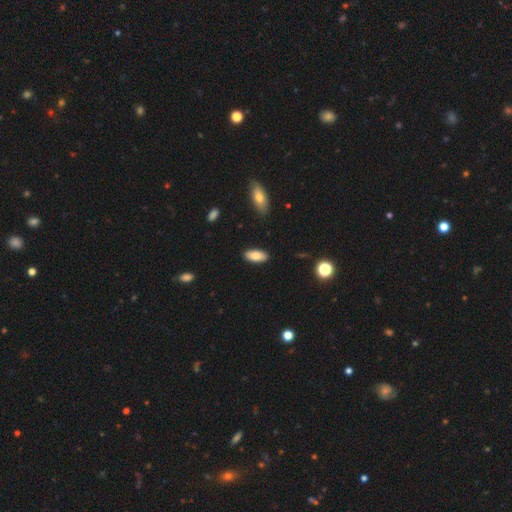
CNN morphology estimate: Smooth or featured: smooth — 79% (featured or disk — 14%)
How rounded: in between — 87% (cigar-shaped — 11%)
Merging: none — 88% (minor disturbance — 9%)